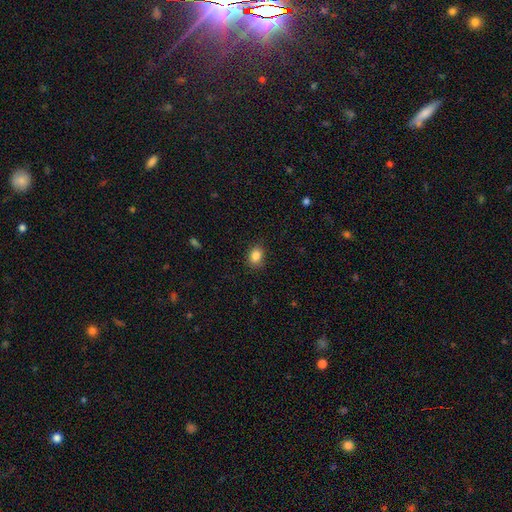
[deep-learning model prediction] smooth 86%, star or artifact 10%, featured or disk 5%. Down the decision tree: how rounded — in between (59%); merging — none (84%).